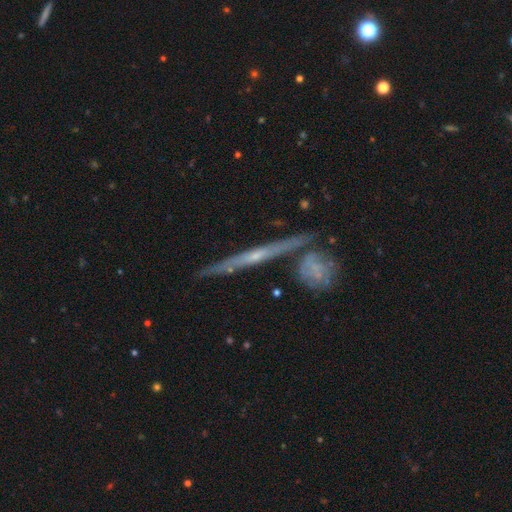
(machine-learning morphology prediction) A featured or disk galaxy (77%) viewed edge-on (94%) with a rounded central bulge (50%). Merging: none (79%).